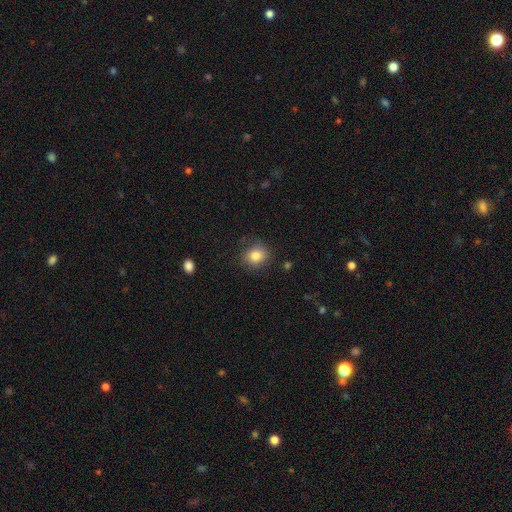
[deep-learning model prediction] Smooth or featured? Predicted: smooth (p=0.83). How rounded? Predicted: round (p=0.77). Merging? Predicted: none (p=0.82).